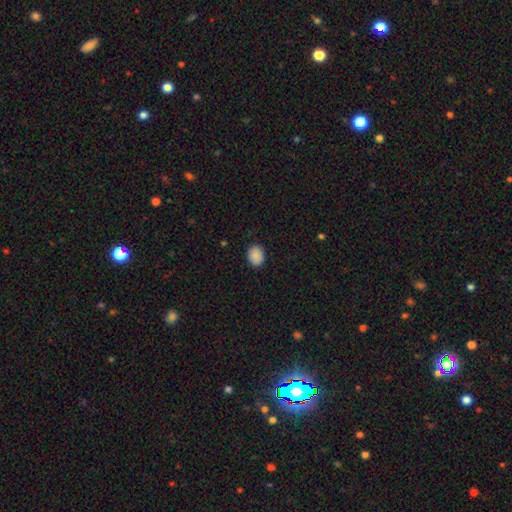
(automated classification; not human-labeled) Smooth or featured: smooth — 89% (star or artifact — 8%)
How rounded: in between — 52% (round — 47%)
Merging: none — 86% (minor disturbance — 11%)